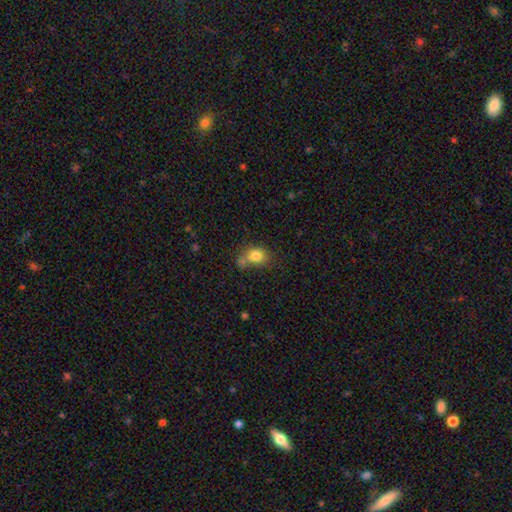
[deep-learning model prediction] Smooth or featured?
  - smooth: 79% *
  - star or artifact: 11%
  - featured or disk: 10%
How rounded?
  - round: 49% * (tied)
  - in between: 49% * (tied)
  - cigar-shaped: 1%
Merging?
  - none: 39% *
  - merger: 30%
  - minor disturbance: 19%
  - major disturbance: 11%